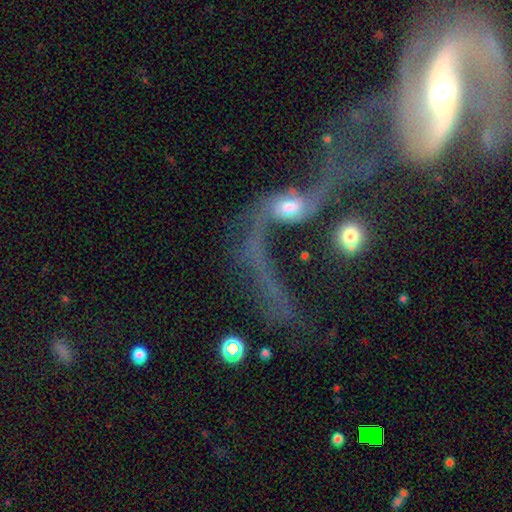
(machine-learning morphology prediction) Smooth or featured?
  - featured or disk: 73% *
  - smooth: 15%
  - star or artifact: 12%
Edge-on disk?
  - no: 90% *
  - yes: 10%
Bar?
  - no: 59% *
  - weak: 28%
  - strong: 13%
Spiral arms?
  - yes: 79% *
  - no: 21%
Spiral winding?
  - loose: 92% *
  - medium: 6%
  - tight: 2%
Spiral arm count?
  - 2: 79% *
  - 1: 12%
  - can't tell: 4%
  - 3: 2%
  - 4: 1%
  - more than 4: 1%
Bulge size?
  - moderate: 44% *
  - small: 36%
  - large: 9%
  - none: 8%
  - dominant: 3%
Merging?
  - merger: 37% *
  - major disturbance: 31%
  - none: 22%
  - minor disturbance: 10%